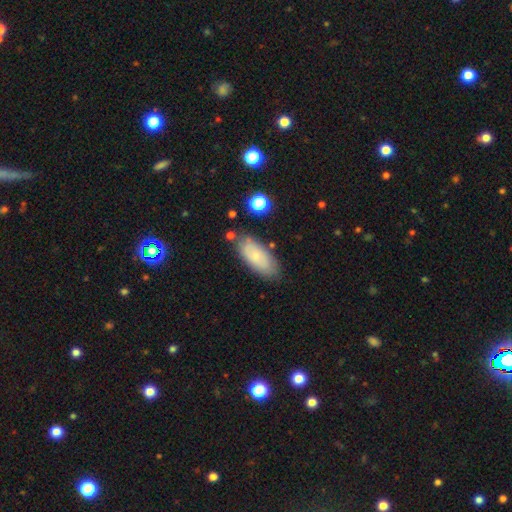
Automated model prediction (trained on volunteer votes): Smooth or featured: smooth — 68% (featured or disk — 25%)
How rounded: in between — 85% (cigar-shaped — 13%)
Merging: none — 76% (minor disturbance — 17%)